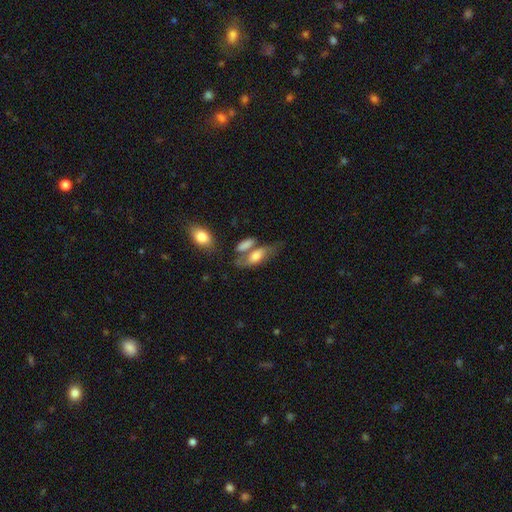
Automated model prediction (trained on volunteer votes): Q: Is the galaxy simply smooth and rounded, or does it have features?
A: smooth — 57%.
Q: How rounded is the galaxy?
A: in between — 74%.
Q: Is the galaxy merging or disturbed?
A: none — 37%.